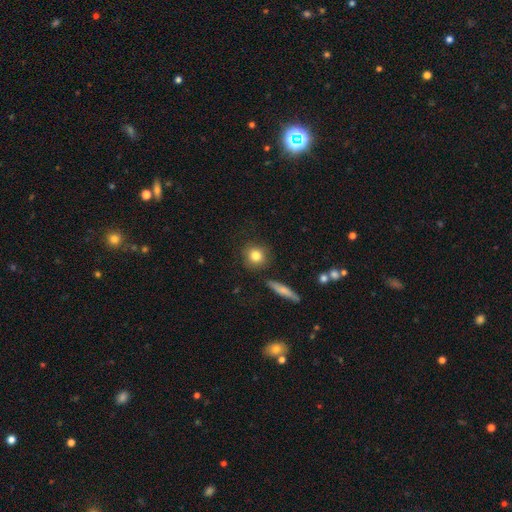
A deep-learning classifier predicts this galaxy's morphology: Smooth or featured? smooth (82%)
How rounded? round (86%)
Merging? none (84%)